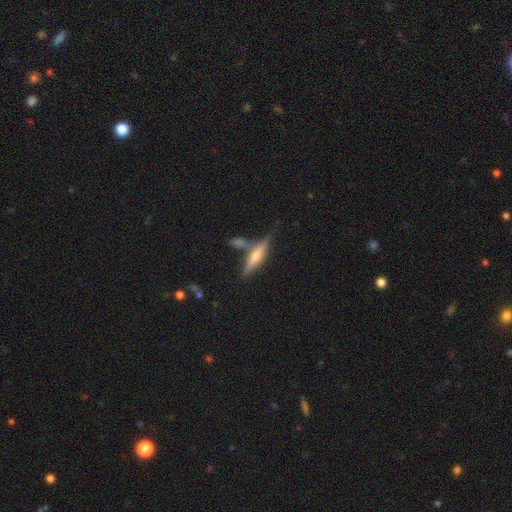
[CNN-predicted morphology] This is likely a featured or disk galaxy (64%). It is clearly viewed edge-on (95%). Edge-on bulge: clearly rounded (82%). Merging: likely none (66%).